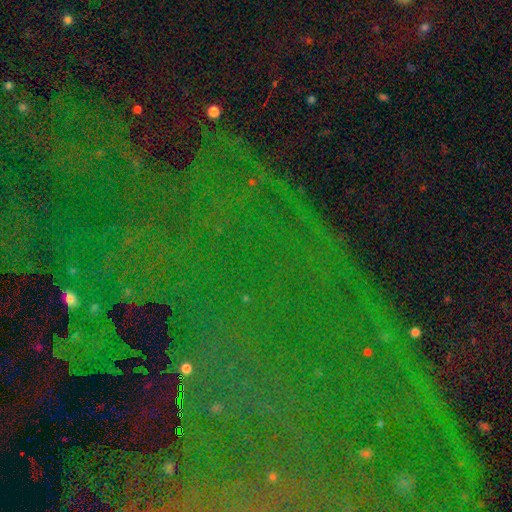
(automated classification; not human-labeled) Smooth or featured: star or artifact — 84% (smooth — 8%)